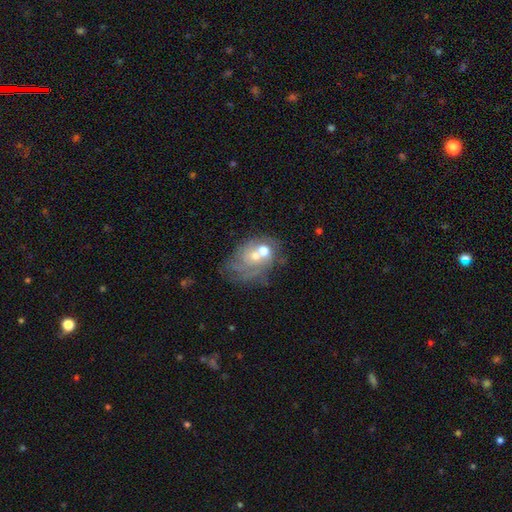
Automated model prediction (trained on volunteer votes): Smooth or featured? Predicted: featured or disk (p=0.64). Edge-on disk? Predicted: no (p=0.97). Bar? Predicted: no (p=0.77). Spiral arms? Predicted: yes (p=0.68). Bulge size? Predicted: moderate (p=0.46). Merging? Predicted: none (p=0.36).